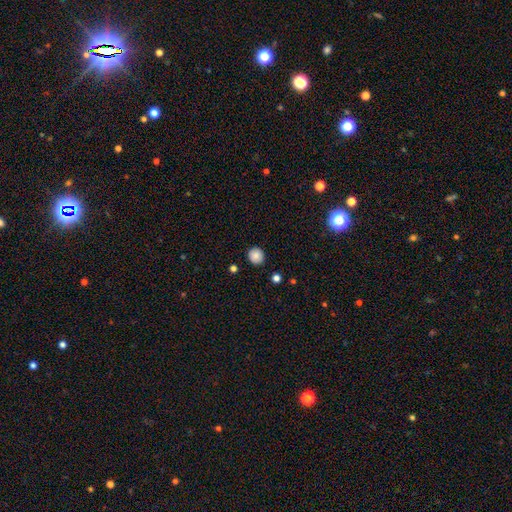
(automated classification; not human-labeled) This appears to be a smooth galaxy with no disk features (83%) that is round (88%). Merging: none (89%).